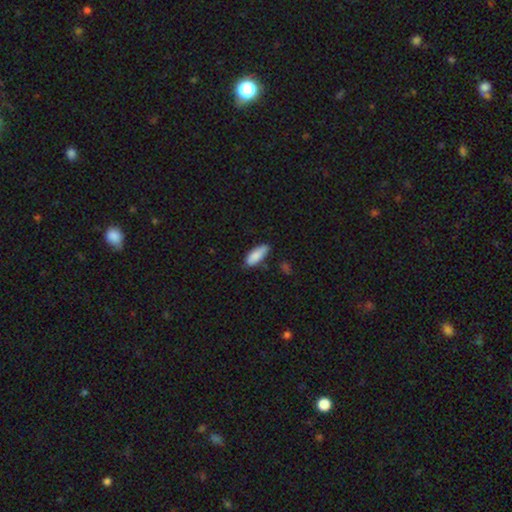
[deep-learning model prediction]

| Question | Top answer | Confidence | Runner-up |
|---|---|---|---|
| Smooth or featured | smooth | 85% | featured or disk (9%) |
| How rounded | in between | 77% | cigar-shaped (21%) |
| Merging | none | 70% | minor disturbance (23%) |